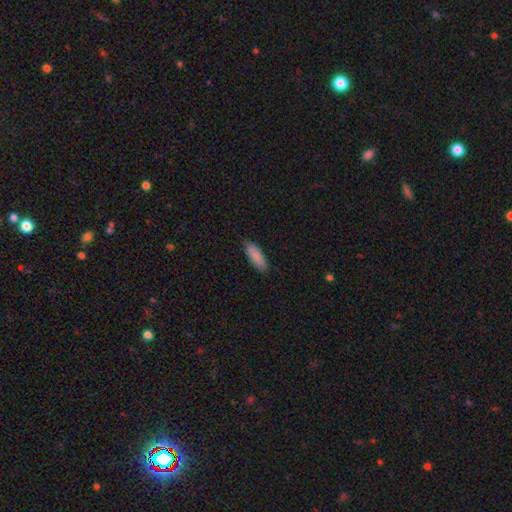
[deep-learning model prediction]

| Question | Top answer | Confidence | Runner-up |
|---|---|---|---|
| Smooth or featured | smooth | 88% | featured or disk (6%) |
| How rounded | in between | 65% | cigar-shaped (34%) |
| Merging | none | 84% | minor disturbance (13%) |